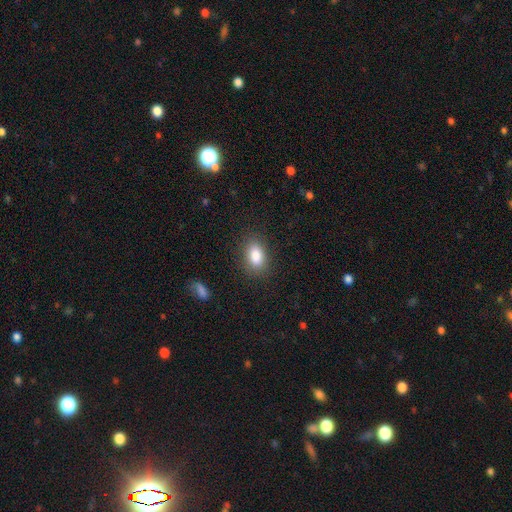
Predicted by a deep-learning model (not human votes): smooth 86%, star or artifact 8%, featured or disk 6%. Down the decision tree: how rounded — in between (86%); merging — none (85%).